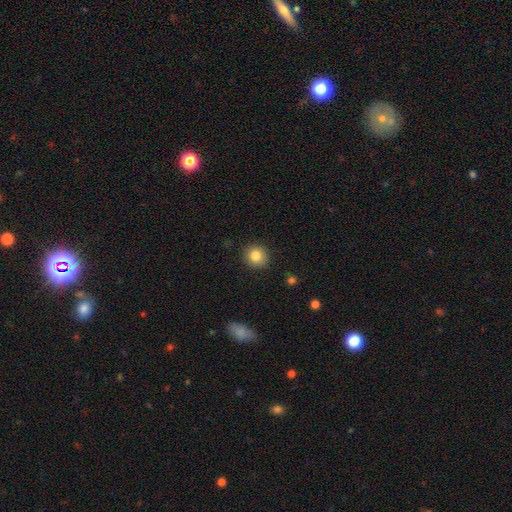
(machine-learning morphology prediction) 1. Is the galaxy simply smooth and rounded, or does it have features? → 83% smooth, 10% star or artifact, 7% featured or disk.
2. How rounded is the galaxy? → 89% round, 10% in between, 1% cigar-shaped.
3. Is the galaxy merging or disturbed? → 90% none, 7% minor disturbance, 2% major disturbance, 1% merger.